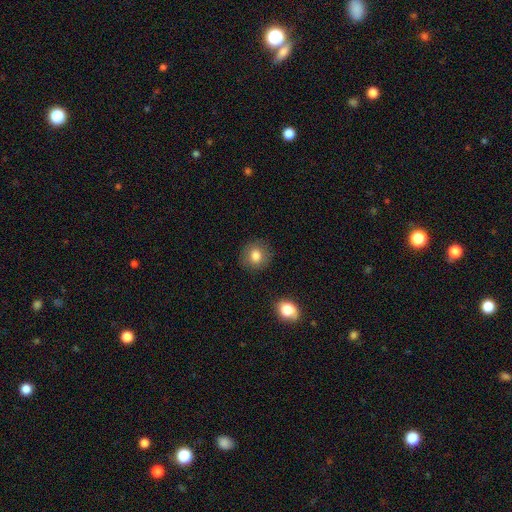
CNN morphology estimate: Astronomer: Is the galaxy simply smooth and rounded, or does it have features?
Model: smooth — 80%.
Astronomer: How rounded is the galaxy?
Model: round — 84%.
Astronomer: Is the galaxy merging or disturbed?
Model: none — 87%.